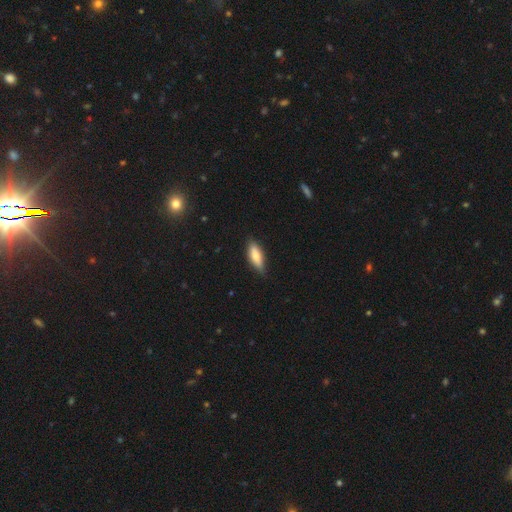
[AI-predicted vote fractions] Smooth or featured? Predicted: smooth (p=0.76). How rounded? Predicted: in between (p=0.61). Merging? Predicted: none (p=0.82).